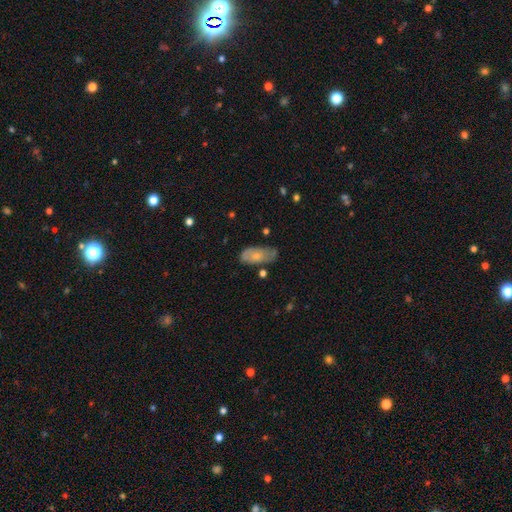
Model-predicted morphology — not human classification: Overall: smooth (64%; featured or disk 29%). How rounded: in between (89%). Merging: none (57%; minor disturbance 31%).